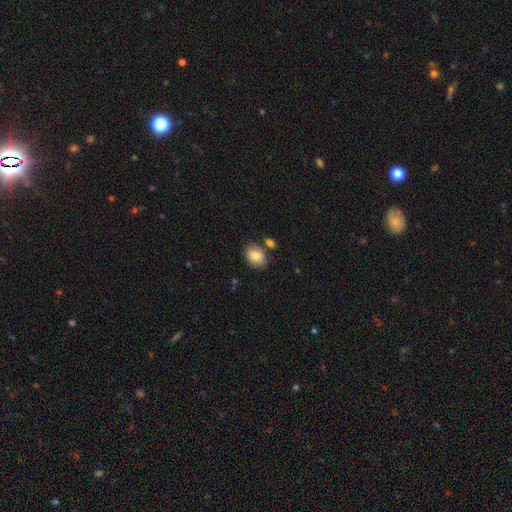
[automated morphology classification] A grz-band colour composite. It shows a smooth galaxy with no disk features (81%) that is in between round and cigar-shaped (72%). Merging: none (72%).